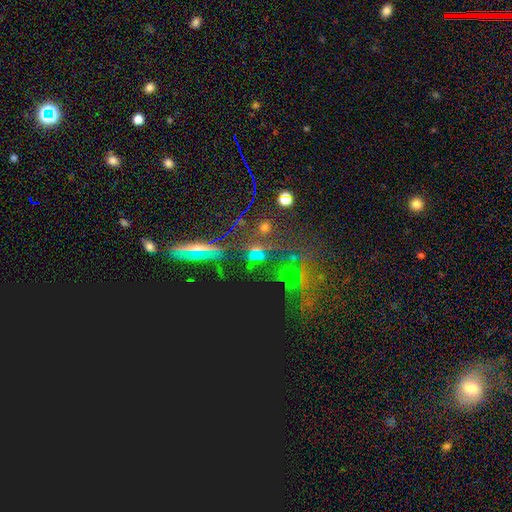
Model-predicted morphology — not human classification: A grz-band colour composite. It shows a star or artifact, not a galaxy (64%).